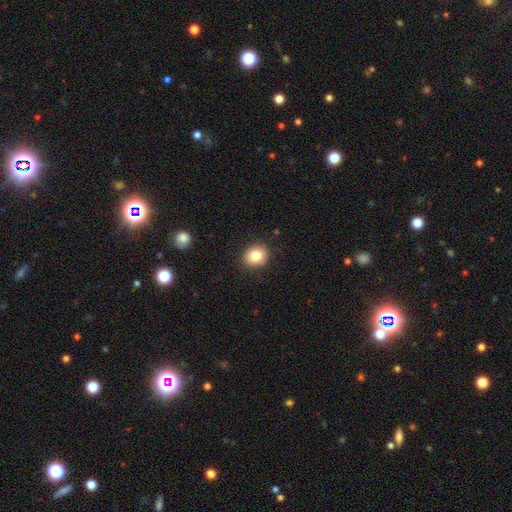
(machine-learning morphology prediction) The model was most divided on "how rounded": round: 71%, in between: 28%, cigar-shaped: 1%. More confident: merging — none (89%); smooth or featured — smooth (83%).